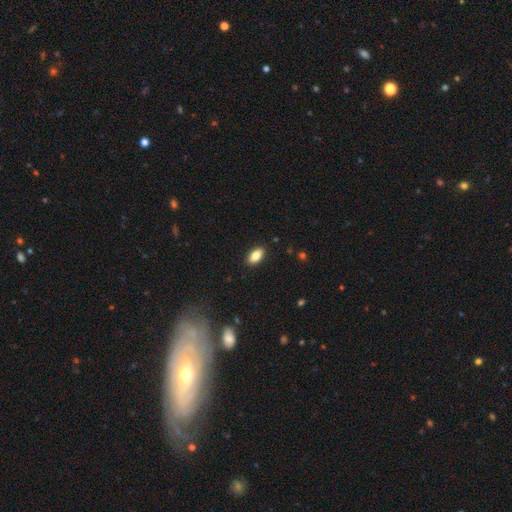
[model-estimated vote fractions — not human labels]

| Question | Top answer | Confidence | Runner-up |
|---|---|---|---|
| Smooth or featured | smooth | 84% | featured or disk (9%) |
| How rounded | in between | 91% | cigar-shaped (6%) |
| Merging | none | 89% | minor disturbance (8%) |